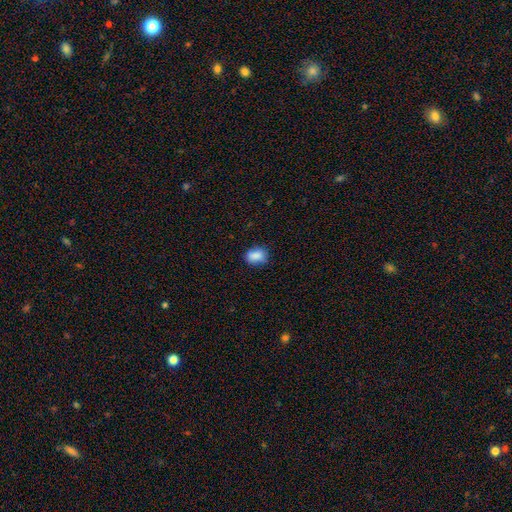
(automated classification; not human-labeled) Smooth or featured?
  - smooth: 86% *
  - star or artifact: 8%
  - featured or disk: 6%
How rounded?
  - in between: 67% *
  - round: 31%
  - cigar-shaped: 2%
Merging?
  - none: 74% *
  - minor disturbance: 21%
  - major disturbance: 4%
  - merger: 1%